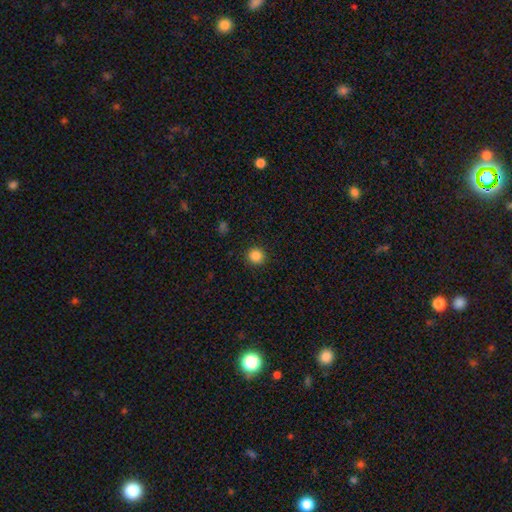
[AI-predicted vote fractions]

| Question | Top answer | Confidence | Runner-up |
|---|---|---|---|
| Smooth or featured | smooth | 86% | star or artifact (11%) |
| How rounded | round | 93% | in between (6%) |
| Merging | none | 92% | minor disturbance (5%) |